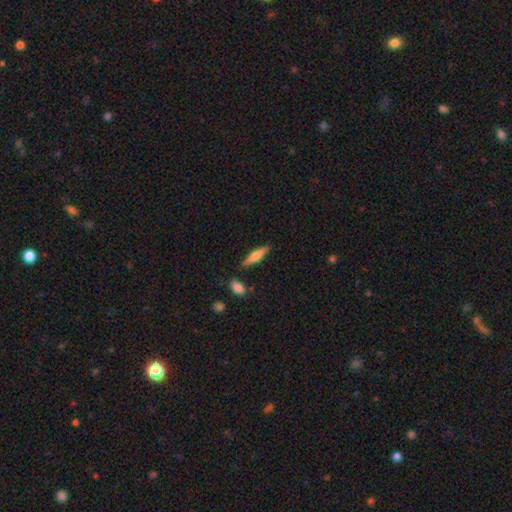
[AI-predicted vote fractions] Smooth or featured?
  - smooth: 56% *
  - featured or disk: 38%
  - star or artifact: 6%
How rounded?
  - cigar-shaped: 74% *
  - in between: 24%
  - round: 2%
Merging?
  - none: 84% *
  - minor disturbance: 10%
  - merger: 4%
  - major disturbance: 2%